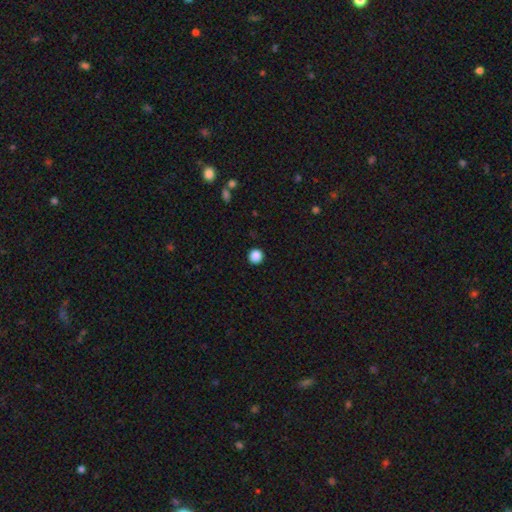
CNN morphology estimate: Overall: smooth (88%). How rounded: round (95%). Merging: none (93%).